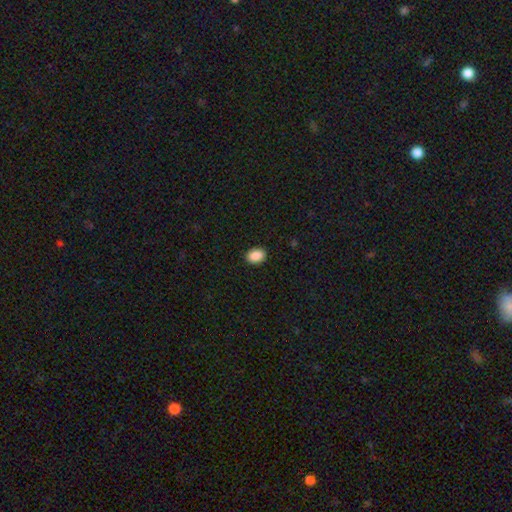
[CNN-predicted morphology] The model was most divided on "how rounded": in between: 77%, round: 22%, cigar-shaped: 1%. More confident: merging — none (90%); smooth or featured — smooth (90%).